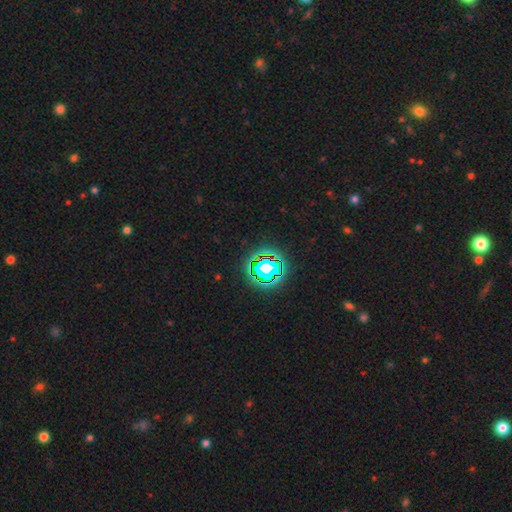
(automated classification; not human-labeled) Smooth or featured: star or artifact — 79% (smooth — 13%)